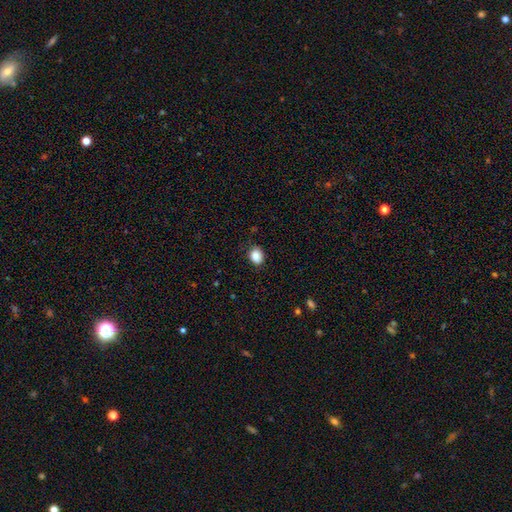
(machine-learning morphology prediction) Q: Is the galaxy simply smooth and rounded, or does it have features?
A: smooth — 86%.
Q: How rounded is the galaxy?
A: in between — 51%.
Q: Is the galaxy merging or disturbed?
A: none — 83%.